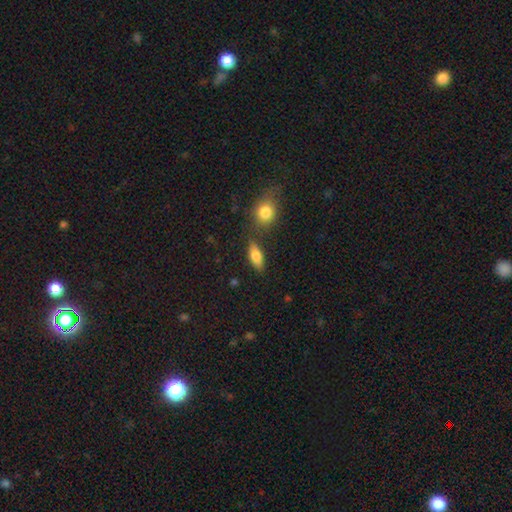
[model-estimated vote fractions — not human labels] Smooth or featured? Predicted: smooth (p=0.78). How rounded? Predicted: in between (p=0.77). Merging? Predicted: none (p=0.74).